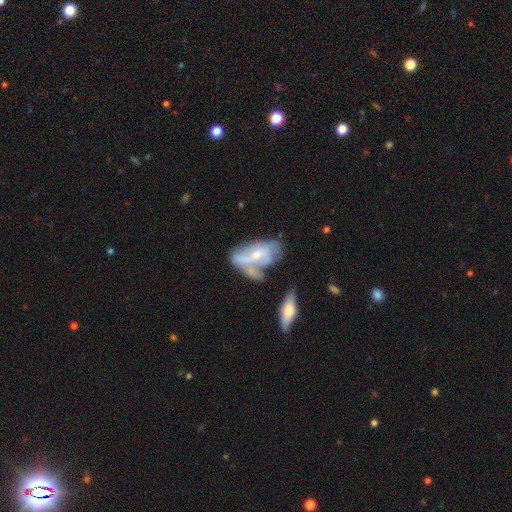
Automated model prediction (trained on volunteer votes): Smooth or featured?
  - featured or disk: 58% *
  - smooth: 34%
  - star or artifact: 8%
Edge-on disk?
  - no: 87% *
  - yes: 13%
Bar?
  - no: 57% *
  - weak: 30%
  - strong: 13%
Spiral arms?
  - no: 52% *
  - yes: 48%
Bulge size?
  - small: 49% *
  - moderate: 40%
  - none: 7%
  - large: 3%
  - dominant: 1%
Merging?
  - merger: 32% *
  - none: 28%
  - minor disturbance: 20%
  - major disturbance: 19%